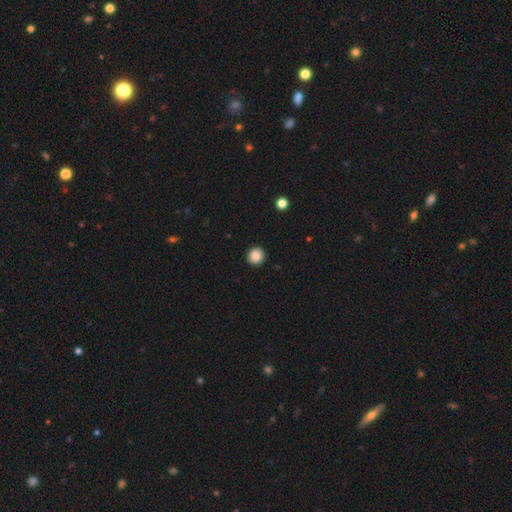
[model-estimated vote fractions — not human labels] Morphology: type=smooth (87%); roundness=round (94%); merging=none (93%).